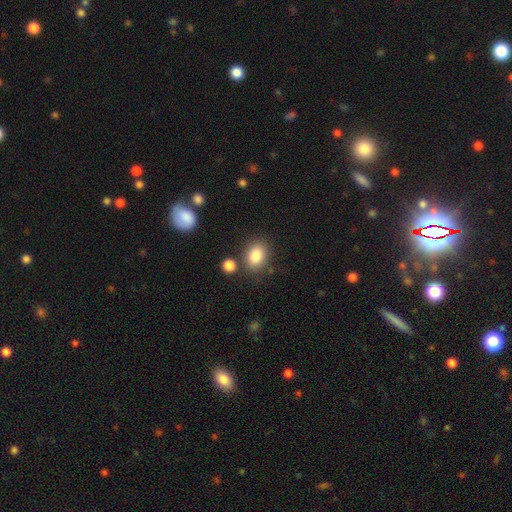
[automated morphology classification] A smooth galaxy with no disk features (84%) that is in between round and cigar-shaped (68%). Merging: none (77%).